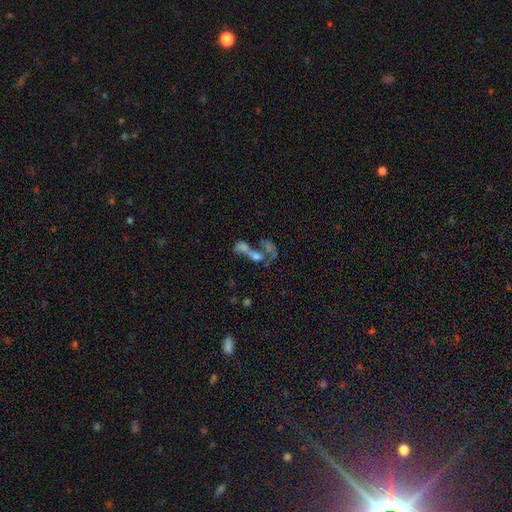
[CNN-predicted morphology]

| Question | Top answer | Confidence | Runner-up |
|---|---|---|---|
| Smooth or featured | smooth | 45% | featured or disk (37%) |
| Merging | merger | 70% | none (13%) |